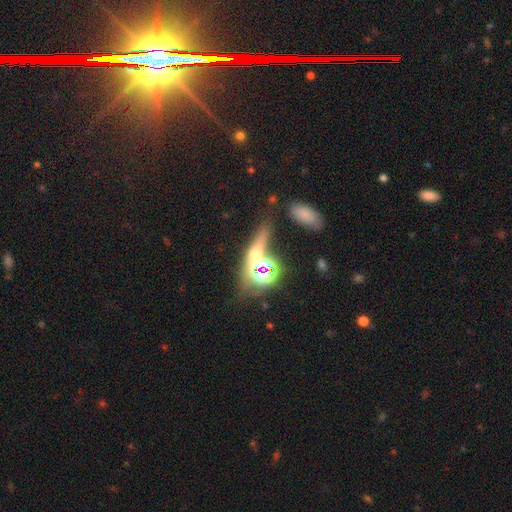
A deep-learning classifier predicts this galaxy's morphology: Smooth or featured? Predicted: star or artifact (p=0.42).